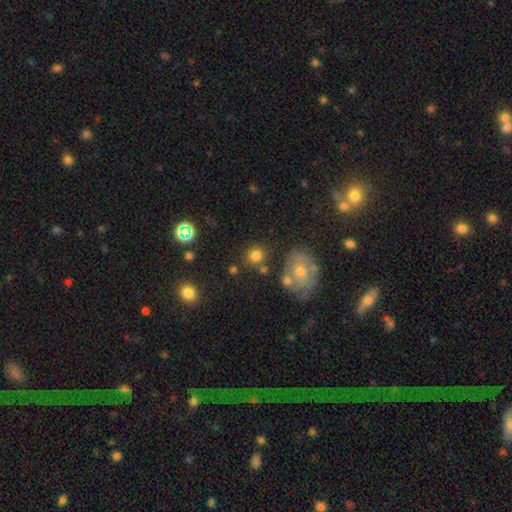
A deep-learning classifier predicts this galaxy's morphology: A smooth galaxy with no disk features (79%) that is round (85%).

Vote fractions:
- Smooth or featured? smooth: 79% / star or artifact: 12% / featured or disk: 10%
- How rounded? round: 85% / in between: 14% / cigar-shaped: 1%
- Merging? none: 73% / minor disturbance: 12% / merger: 11% / major disturbance: 5%